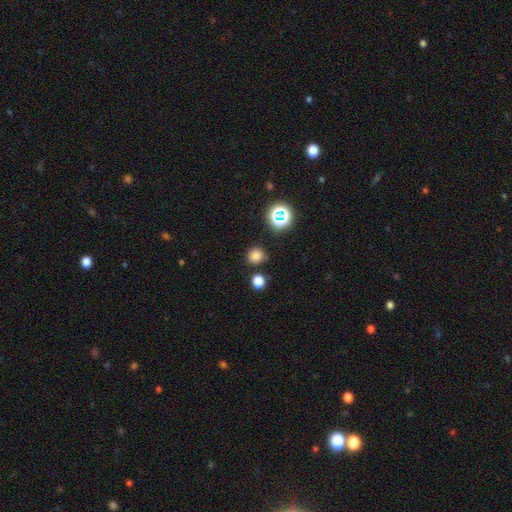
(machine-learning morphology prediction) smooth-or-featured: smooth: 77% | star or artifact: 18% | featured or disk: 5%
  how-rounded: round: 91% | in between: 8% | cigar-shaped: 1%
  merging: none: 84% | minor disturbance: 8% | merger: 5% | major disturbance: 3%